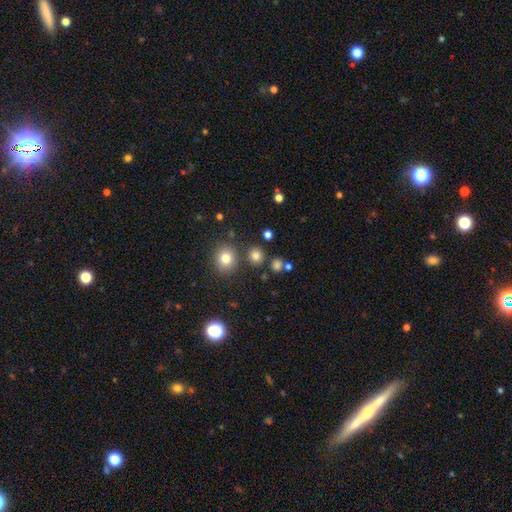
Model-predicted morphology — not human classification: type=smooth (78%); roundness=round (86%); merging=none (82%).